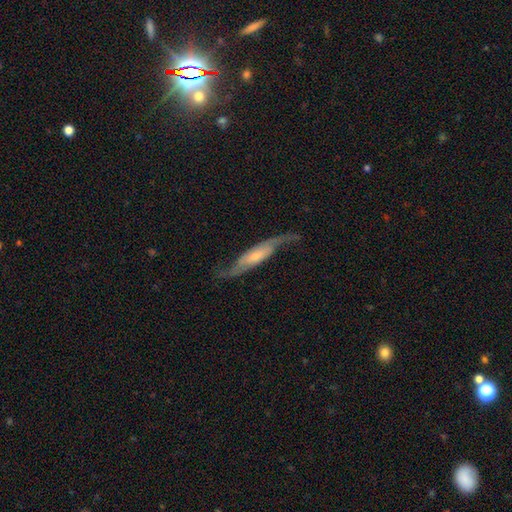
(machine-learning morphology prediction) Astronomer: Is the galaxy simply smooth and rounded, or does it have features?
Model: featured or disk — 80%.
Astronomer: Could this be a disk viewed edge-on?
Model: no — 72%.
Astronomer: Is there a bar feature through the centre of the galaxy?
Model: no — 51% (runner-up: weak, 32%).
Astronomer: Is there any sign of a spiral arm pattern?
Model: yes — 95%.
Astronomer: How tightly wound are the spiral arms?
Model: loose — 63%.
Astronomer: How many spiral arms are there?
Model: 2 — 90%.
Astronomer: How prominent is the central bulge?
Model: small — 51% (runner-up: moderate, 31%).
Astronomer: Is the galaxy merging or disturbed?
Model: none — 69%.